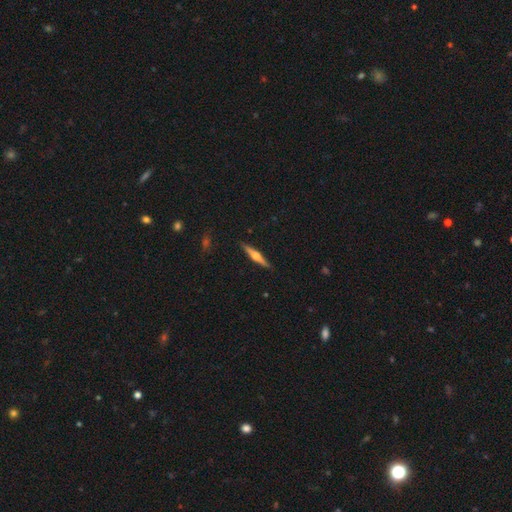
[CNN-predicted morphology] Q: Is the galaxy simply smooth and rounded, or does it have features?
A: featured or disk — 72%.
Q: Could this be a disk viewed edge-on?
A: yes — 98%.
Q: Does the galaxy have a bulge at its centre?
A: rounded — 93%.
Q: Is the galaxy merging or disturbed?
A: none — 91%.